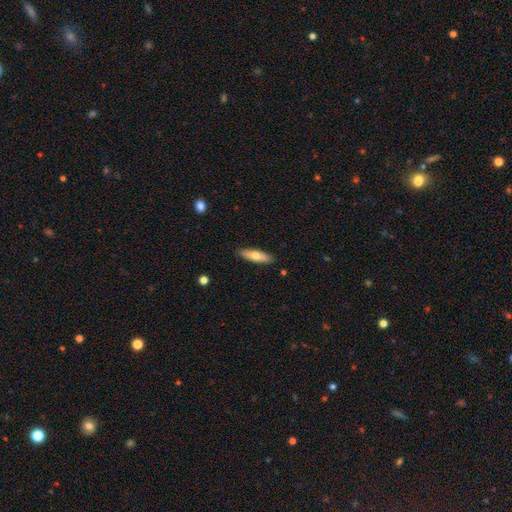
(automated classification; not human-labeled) This is likely a smooth galaxy (70%). How rounded: possibly in between (49%, tied with cigar-shaped). Merging: clearly none (88%).